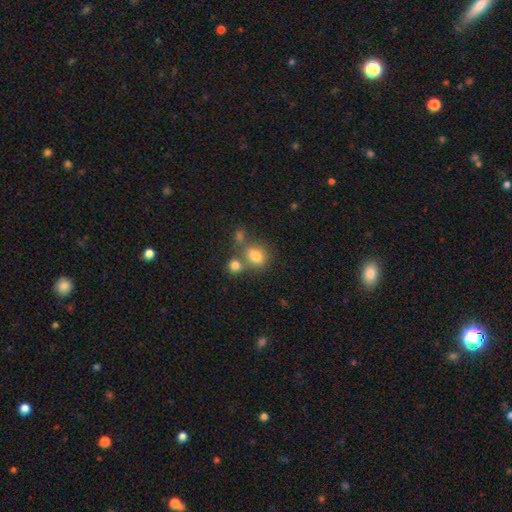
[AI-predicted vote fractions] This appears to be a smooth galaxy with no disk features (78%) that is round (51%). Merging: none (52%).